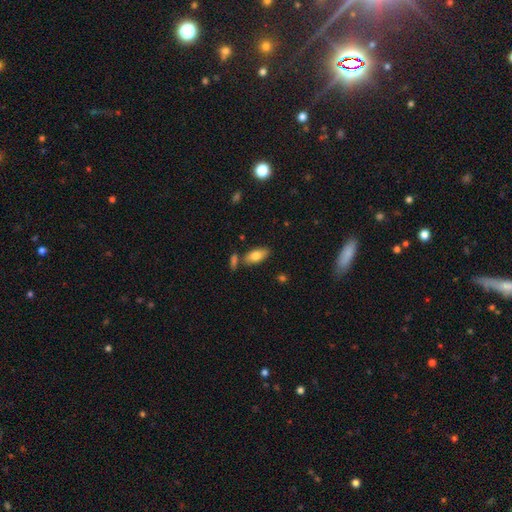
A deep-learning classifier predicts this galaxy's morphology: Smooth or featured?
  - smooth: 79% *
  - featured or disk: 15%
  - star or artifact: 7%
How rounded?
  - in between: 89% *
  - cigar-shaped: 8%
  - round: 3%
Merging?
  - none: 72% *
  - minor disturbance: 13%
  - merger: 12%
  - major disturbance: 3%